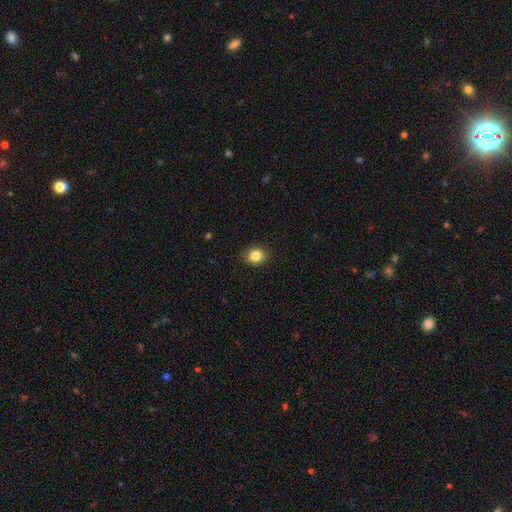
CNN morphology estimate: Smooth or featured? smooth (85%)
How rounded? round (61%)
Merging? none (89%)